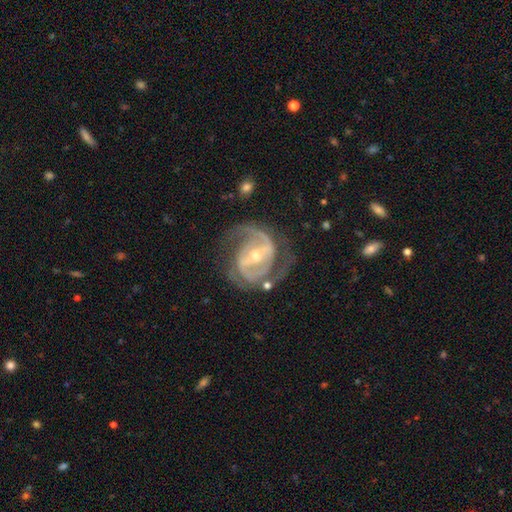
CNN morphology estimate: featured or disk 91%, star or artifact 4%, smooth 4%. Down the decision tree: edge-on disk — no (97%); bar — strong (50%); spiral arms — yes (96%); spiral arm count — 2 (83%); spiral winding — medium (52%); bulge size — moderate (49%); merging — none (69%).